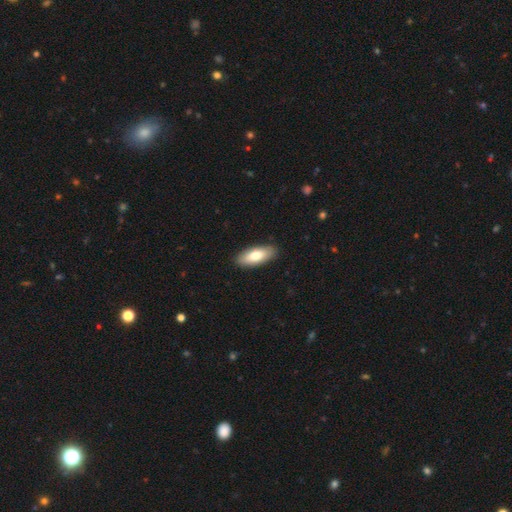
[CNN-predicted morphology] Smooth or featured: smooth — 76% (featured or disk — 19%)
How rounded: in between — 80% (cigar-shaped — 18%)
Merging: none — 90% (minor disturbance — 8%)